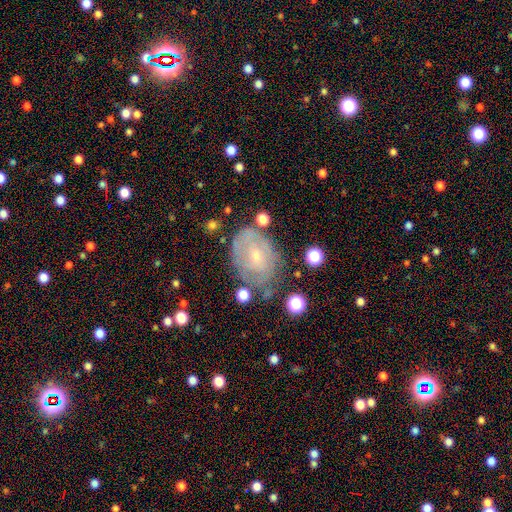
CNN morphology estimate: This is likely a featured or disk galaxy (61%). It is clearly not viewed edge-on (95%). Bar: likely no (68%). Spiral arm pattern: likely yes (64%). Central bulge: likely small (76%). Merging: likely none (60%).